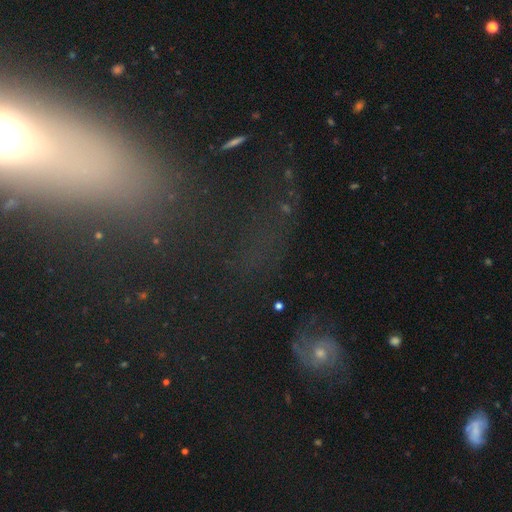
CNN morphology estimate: smooth_or_featured: star or artifact (p=0.42) [alt: smooth p=0.30]